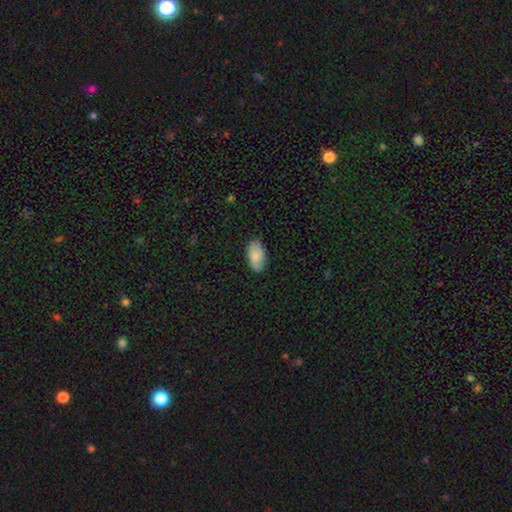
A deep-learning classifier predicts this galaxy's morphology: smooth_or_featured: smooth (p=0.83) [alt: featured or disk p=0.11]
how_rounded: in between (p=0.94) [alt: round p=0.03]
merging: none (p=0.82) [alt: minor disturbance p=0.14]